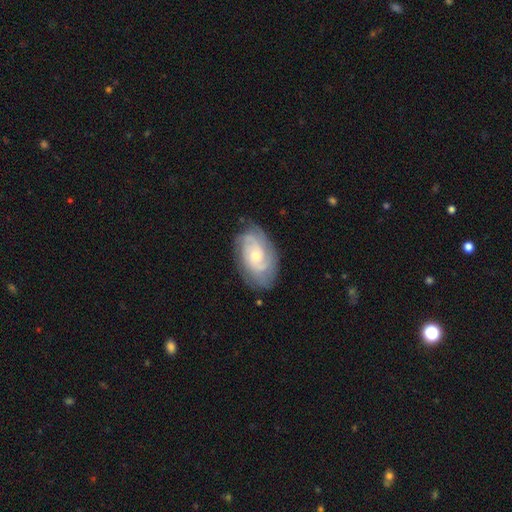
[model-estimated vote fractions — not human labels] Overall: featured or disk (82%). Edge-on disk: no (96%). Bar: no (72%). Spiral arms: yes (95%). Spiral arm count: 2 (30%; can't tell 29%). Spiral winding: tight (61%; medium 31%). Bulge size: small (51%; moderate 45%). Merging: none (76%).